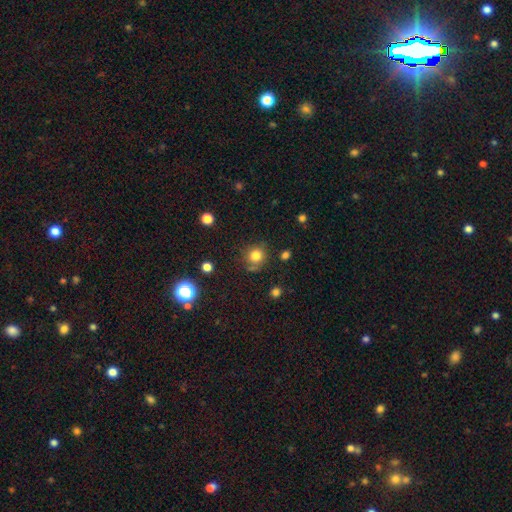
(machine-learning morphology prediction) Smooth or featured? Predicted: smooth (p=0.79). How rounded? Predicted: round (p=0.89). Merging? Predicted: none (p=0.76).